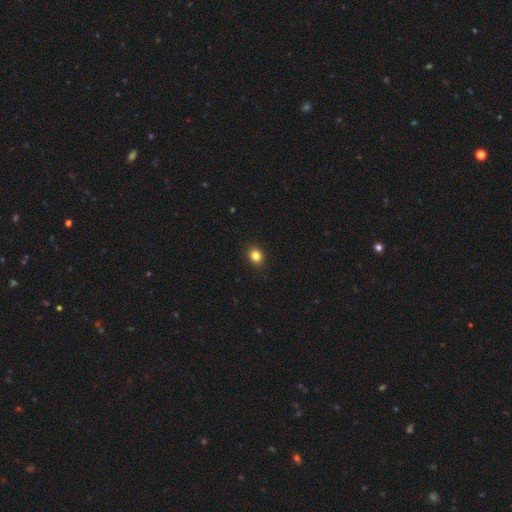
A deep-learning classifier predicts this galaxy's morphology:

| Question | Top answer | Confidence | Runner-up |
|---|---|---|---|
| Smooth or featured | smooth | 83% | star or artifact (12%) |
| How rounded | round | 68% | in between (31%) |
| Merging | none | 90% | minor disturbance (7%) |